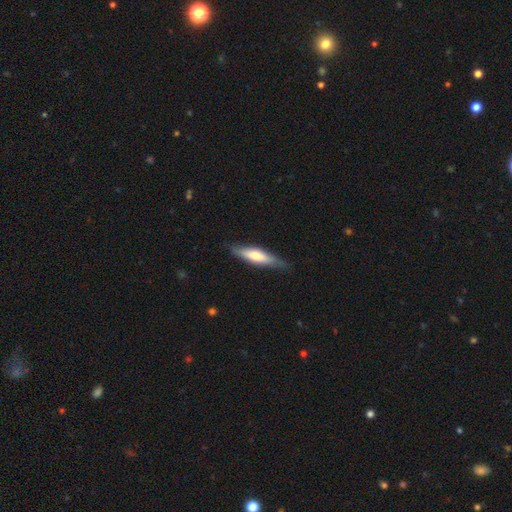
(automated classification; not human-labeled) smooth-or-featured: smooth: 55% | featured or disk: 39% | star or artifact: 5%
  how-rounded: cigar-shaped: 72% | in between: 27% | round: 2%
  merging: none: 79% | minor disturbance: 17% | major disturbance: 3% | merger: 1%